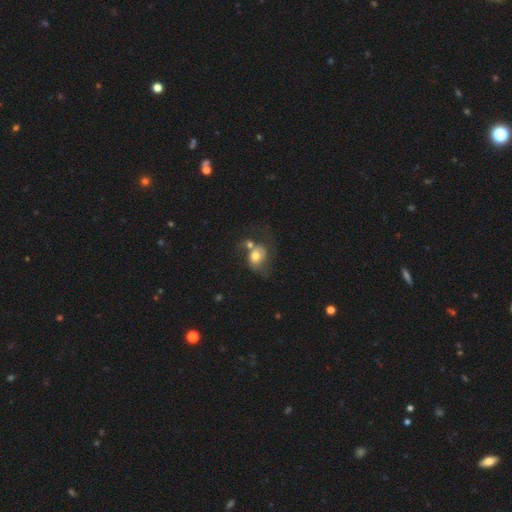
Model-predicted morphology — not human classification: This appears to be a smooth galaxy with no disk features (54%) that is in between round and cigar-shaped (53%). Merging: merger (36%).